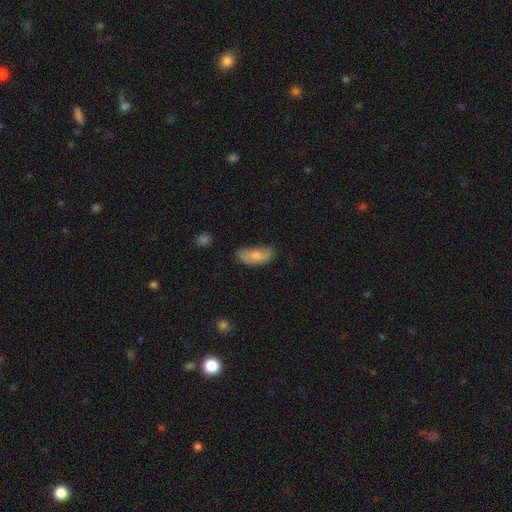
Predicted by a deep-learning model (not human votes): Q: Smooth or featured?
A: smooth (75%); runner-up: featured or disk (18%)
Q: How rounded?
A: in between (87%); runner-up: cigar-shaped (11%)
Q: Merging?
A: none (56%); runner-up: minor disturbance (31%)